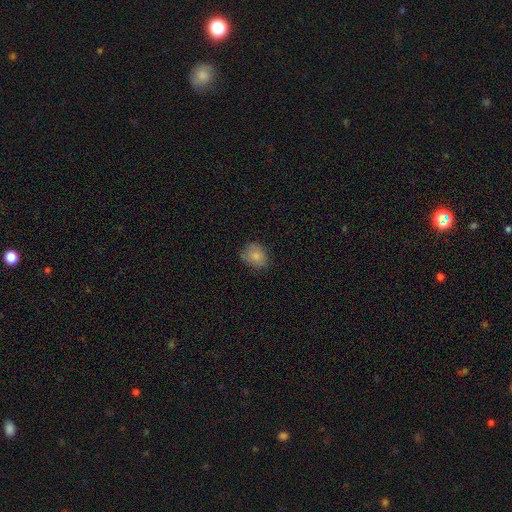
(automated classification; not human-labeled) Morphology: type=smooth (78%); roundness=round (57%); merging=none (66%).